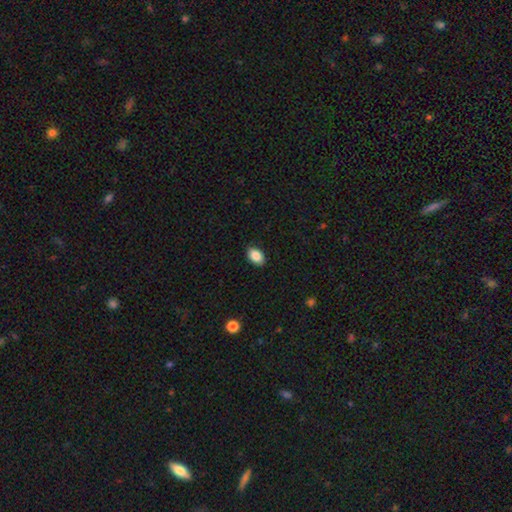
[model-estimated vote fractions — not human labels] smooth 88%, star or artifact 7%, featured or disk 4%. Down the decision tree: how rounded — in between (87%); merging — none (88%).